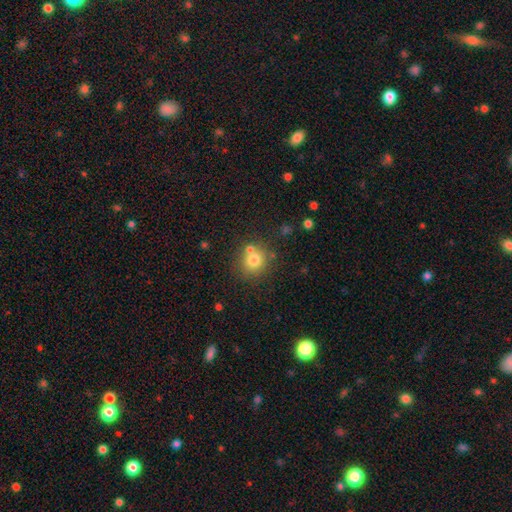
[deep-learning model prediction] Smooth or featured?
  - smooth: 71% *
  - star or artifact: 19%
  - featured or disk: 11%
How rounded?
  - round: 88% *
  - in between: 11%
  - cigar-shaped: 1%
Merging?
  - none: 68% *
  - merger: 20%
  - minor disturbance: 9%
  - major disturbance: 3%